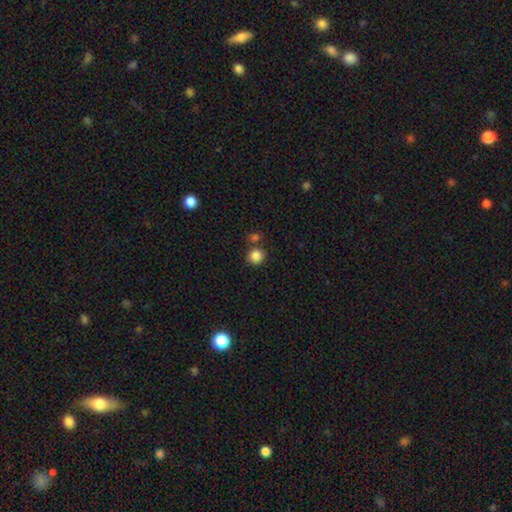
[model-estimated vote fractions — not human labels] Overall: smooth (85%). How rounded: round (92%). Merging: none (76%).